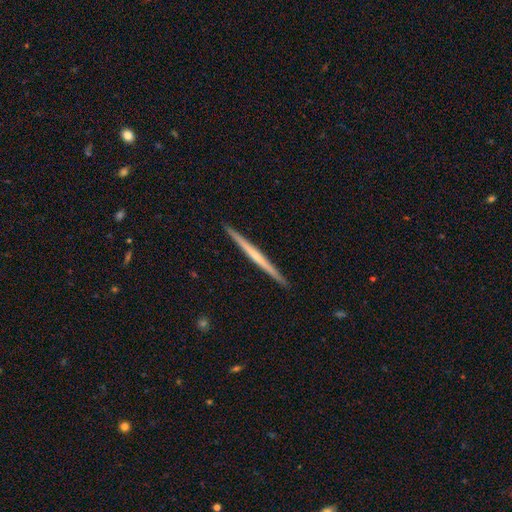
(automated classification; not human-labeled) smooth-or-featured: featured or disk: 63% | smooth: 32% | star or artifact: 5%
  disk-edge-on: yes: 98% | no: 2%
    edge-on-bulge: none: 72% | rounded: 22% | boxy: 6%
  merging: none: 93% | minor disturbance: 5% | major disturbance: 1% | merger: 1%